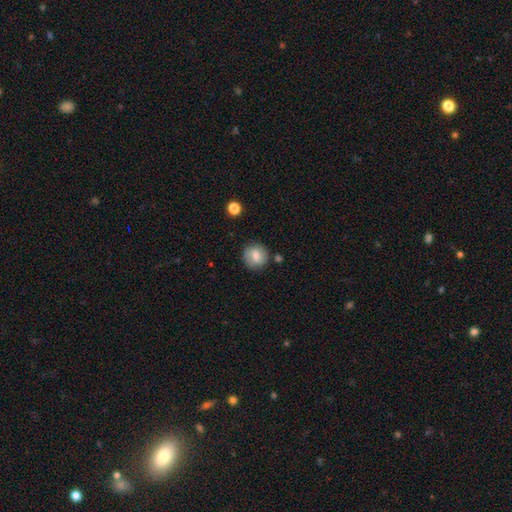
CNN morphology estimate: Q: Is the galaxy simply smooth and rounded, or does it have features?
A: smooth — 76%.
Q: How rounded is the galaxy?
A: round — 91%.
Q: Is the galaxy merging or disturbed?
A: none — 83%.